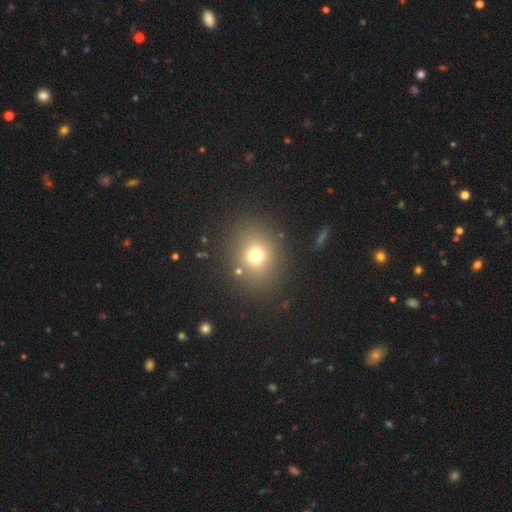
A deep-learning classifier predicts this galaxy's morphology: type=smooth (71%); roundness=round (69%); merging=none (83%).